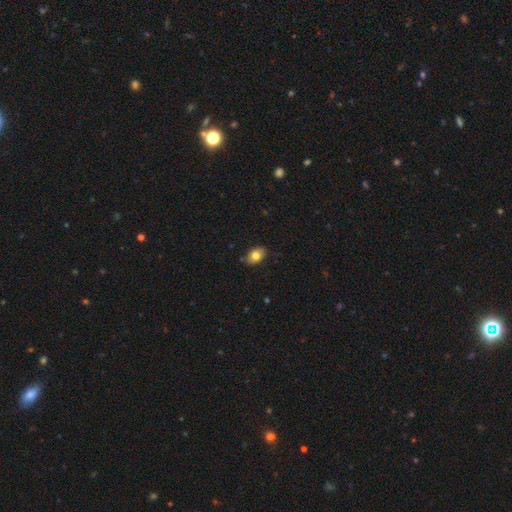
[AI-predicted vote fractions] This appears to be a smooth galaxy with no disk features (80%) that is in between round and cigar-shaped (79%). Merging: none (81%).